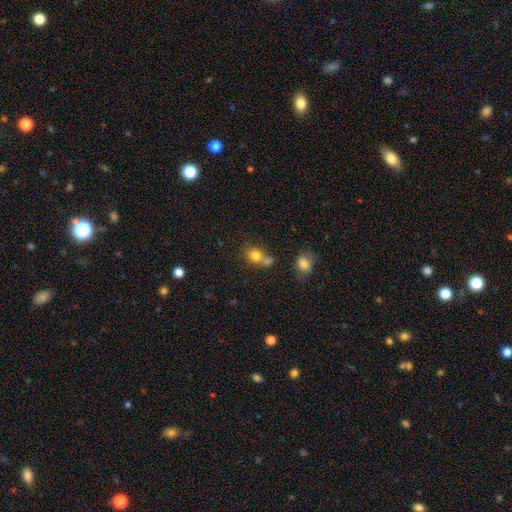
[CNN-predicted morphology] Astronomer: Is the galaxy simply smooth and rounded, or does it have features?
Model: smooth — 79%.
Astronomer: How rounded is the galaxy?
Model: round — 72%.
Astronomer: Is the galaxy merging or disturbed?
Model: merger — 44% (runner-up: none, 41%).